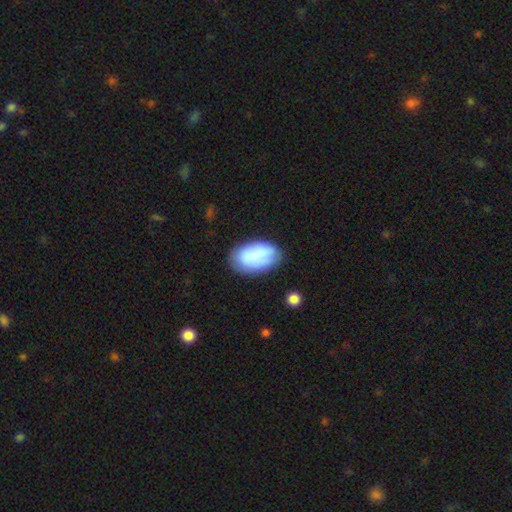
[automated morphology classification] smooth-or-featured: smooth: 85% | featured or disk: 8% | star or artifact: 6%
  how-rounded: in between: 94% | round: 5% | cigar-shaped: 1%
  merging: none: 76% | minor disturbance: 17% | major disturbance: 4% | merger: 2%